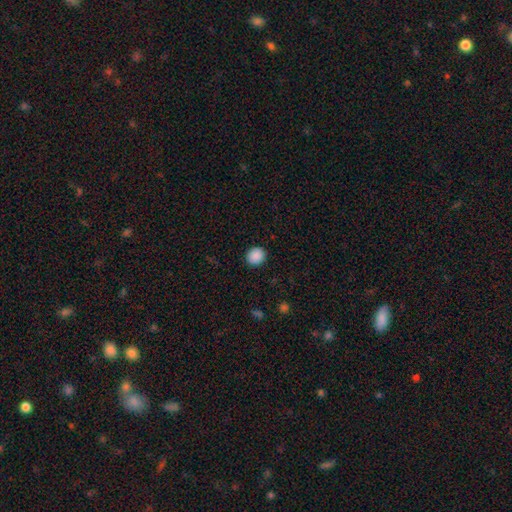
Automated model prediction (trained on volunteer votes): Smooth or featured: smooth — 89% (star or artifact — 9%)
How rounded: round — 83% (in between — 16%)
Merging: none — 91% (minor disturbance — 6%)